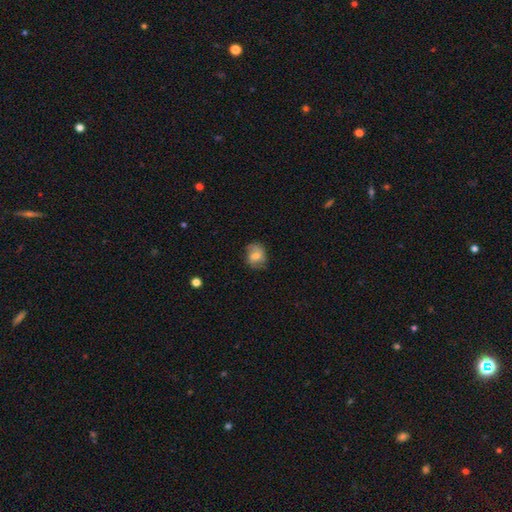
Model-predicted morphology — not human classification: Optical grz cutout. It shows a smooth galaxy with no disk features (51%) that is round (58%). Merging: none (67%).